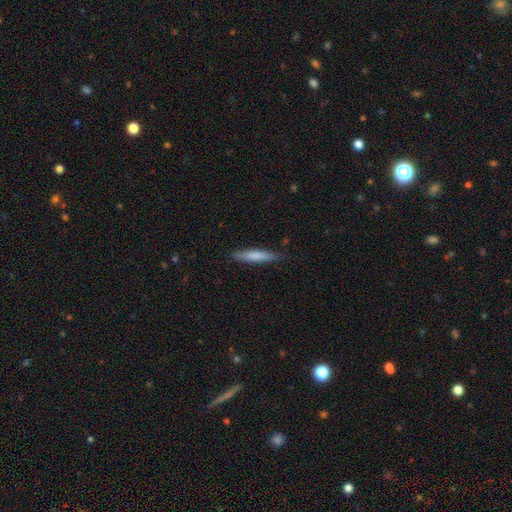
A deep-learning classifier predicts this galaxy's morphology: smooth 75%, featured or disk 20%, star or artifact 5%. Down the decision tree: how rounded — cigar-shaped (90%); merging — none (87%).